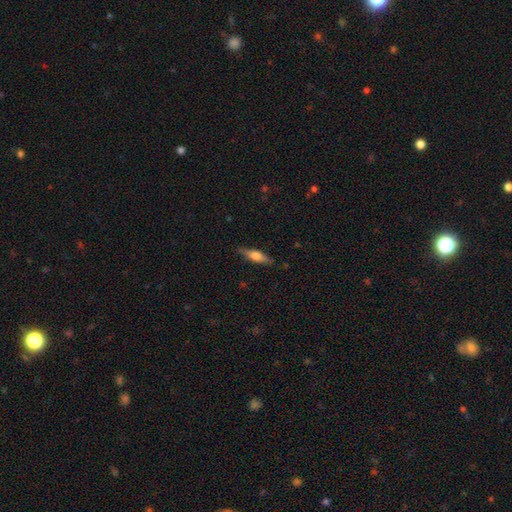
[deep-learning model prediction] Overall: smooth (47%, tied with featured or disk). Merging: none (85%).